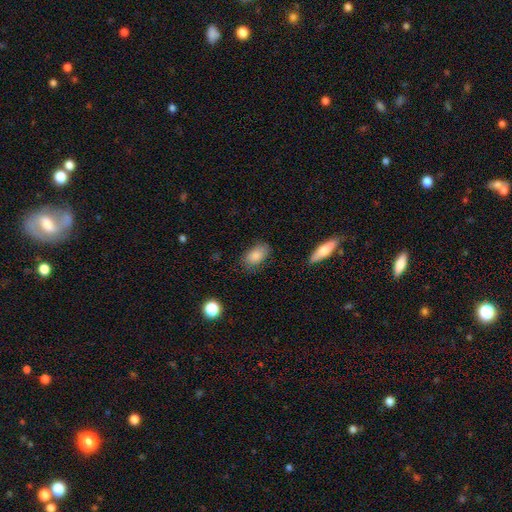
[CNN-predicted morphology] Smooth or featured? smooth (85%)
How rounded? in between (90%)
Merging? none (79%)